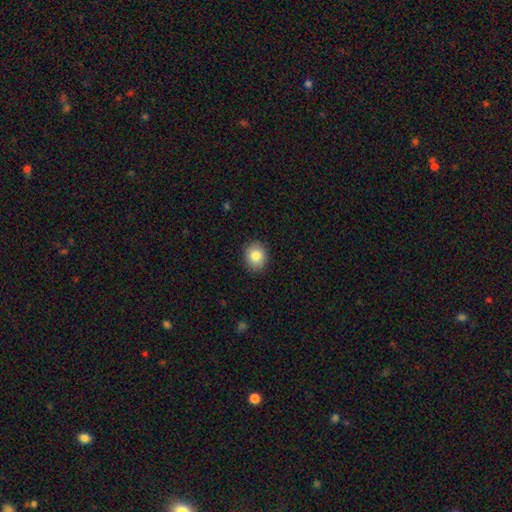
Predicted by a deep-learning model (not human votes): Morphology: type=smooth (84%); roundness=round (64%); merging=none (89%).